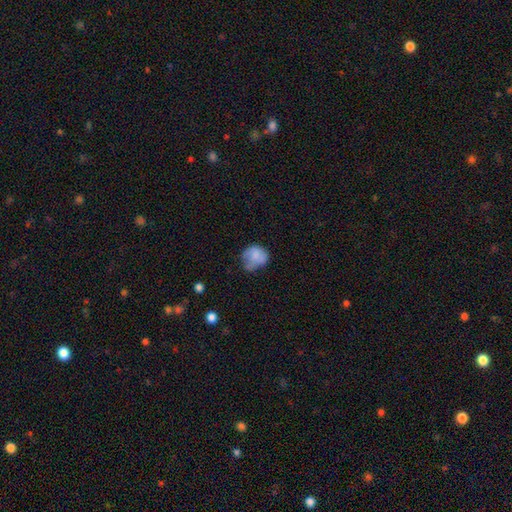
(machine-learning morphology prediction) Overall: smooth (72%). How rounded: round (65%; in between 34%). Merging: none (39%; minor disturbance 37%).